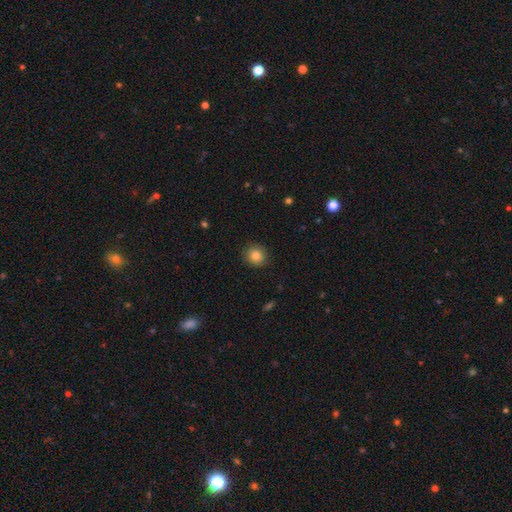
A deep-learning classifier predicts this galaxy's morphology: The model was most divided on "smooth or featured": smooth: 84%, star or artifact: 10%, featured or disk: 6%. More confident: merging — none (90%); how rounded — round (88%).